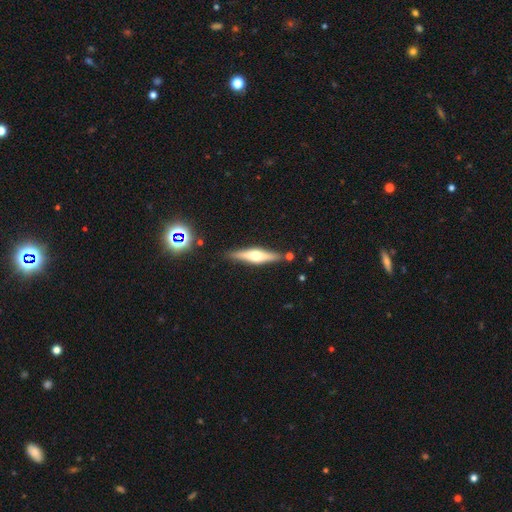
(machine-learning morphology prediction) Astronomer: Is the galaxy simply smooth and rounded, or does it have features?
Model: featured or disk — 65%.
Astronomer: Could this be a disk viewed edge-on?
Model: yes — 95%.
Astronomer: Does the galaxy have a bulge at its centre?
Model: rounded — 92%.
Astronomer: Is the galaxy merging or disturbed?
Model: none — 86%.